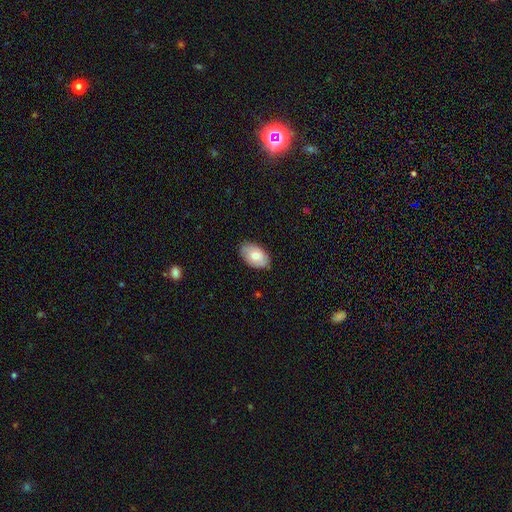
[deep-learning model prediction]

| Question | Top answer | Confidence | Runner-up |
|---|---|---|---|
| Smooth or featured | smooth | 74% | featured or disk (20%) |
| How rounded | in between | 93% | round (6%) |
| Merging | none | 83% | minor disturbance (14%) |